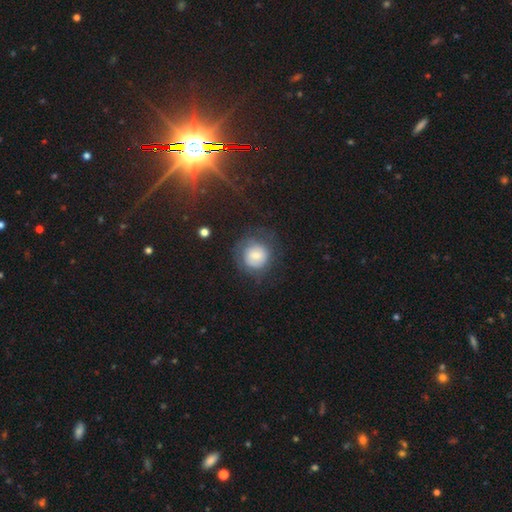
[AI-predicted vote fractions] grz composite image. It shows a smooth galaxy with no disk features (67%) that is round (90%). Merging: none (63%).